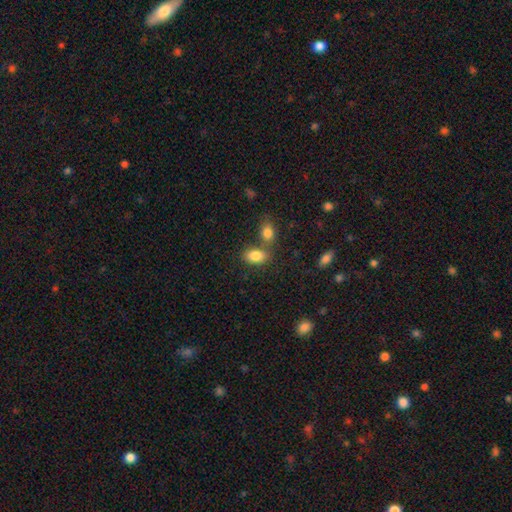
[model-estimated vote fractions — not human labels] Smooth or featured?
  - smooth: 84% *
  - star or artifact: 8%
  - featured or disk: 8%
How rounded?
  - in between: 89% *
  - round: 9%
  - cigar-shaped: 2%
Merging?
  - none: 55% *
  - merger: 31%
  - minor disturbance: 11%
  - major disturbance: 4%